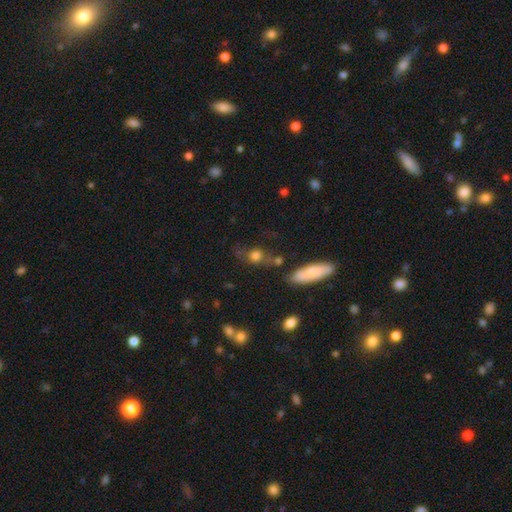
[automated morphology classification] Smooth or featured? smooth (67%)
How rounded? round (52%)
Merging? none (56%)